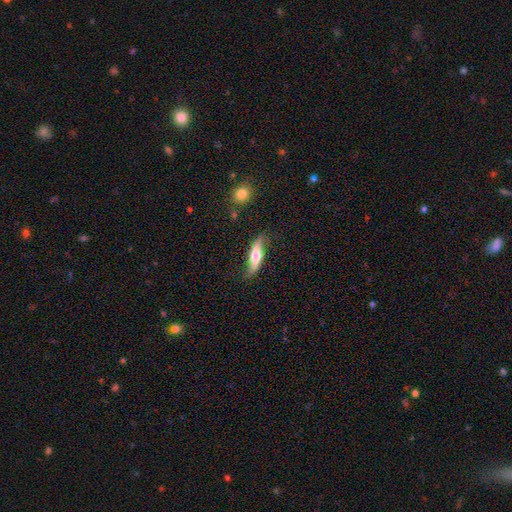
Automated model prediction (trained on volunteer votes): Q: Smooth or featured?
A: featured or disk (52%); runner-up: smooth (42%)
Q: Edge-on disk?
A: no (53%); runner-up: yes (47%)
Q: Merging?
A: none (65%); runner-up: minor disturbance (25%)